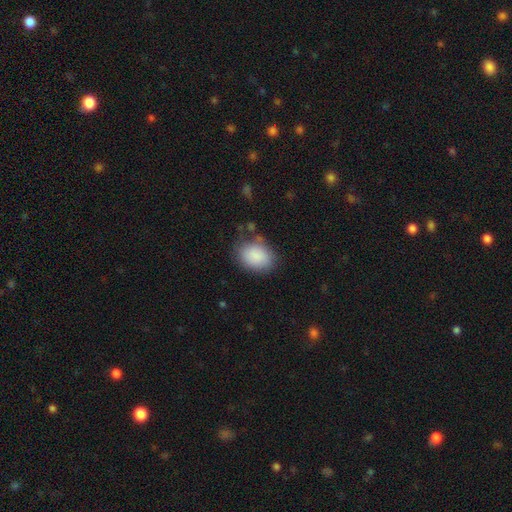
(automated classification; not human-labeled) A smooth galaxy with no disk features (88%) that is in between round and cigar-shaped (67%). Merging: none (72%).